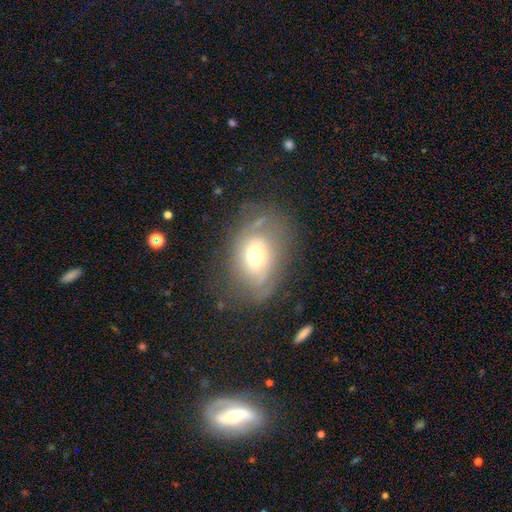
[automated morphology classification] Overall: featured or disk (47%; smooth 43%). Merging: none (56%; minor disturbance 25%).